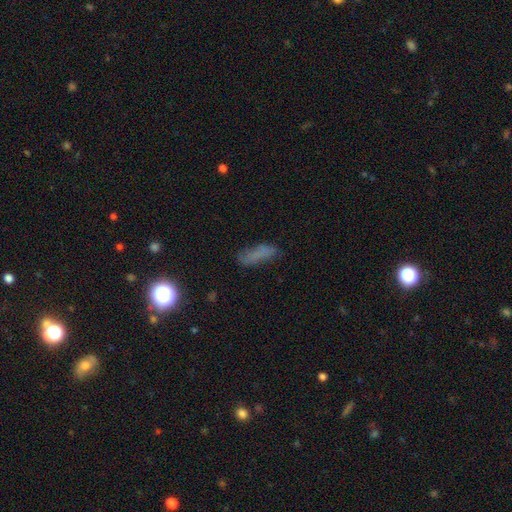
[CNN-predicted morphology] smooth 67%, star or artifact 18%, featured or disk 15%. Down the decision tree: how rounded — cigar-shaped (59%); merging — none (71%).